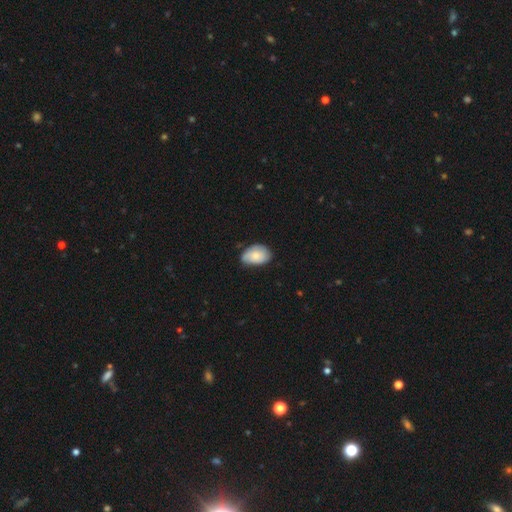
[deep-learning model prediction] Morphology: type=smooth (71%); roundness=in between (84%); merging=none (56%).